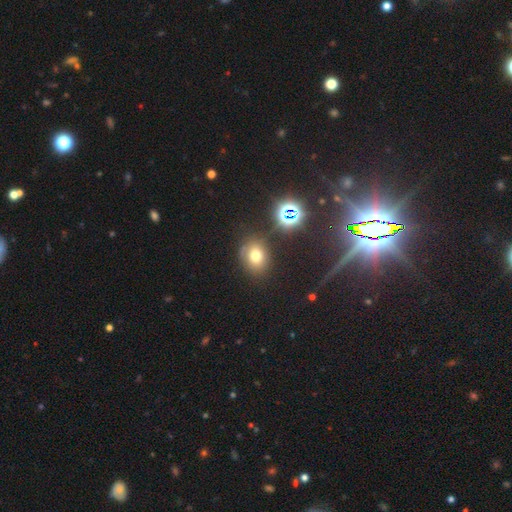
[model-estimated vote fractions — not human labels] smooth_or_featured: smooth (p=0.67) [alt: star or artifact p=0.21]
how_rounded: round (p=0.58) [alt: in between p=0.41]
merging: none (p=0.75) [alt: minor disturbance p=0.15]